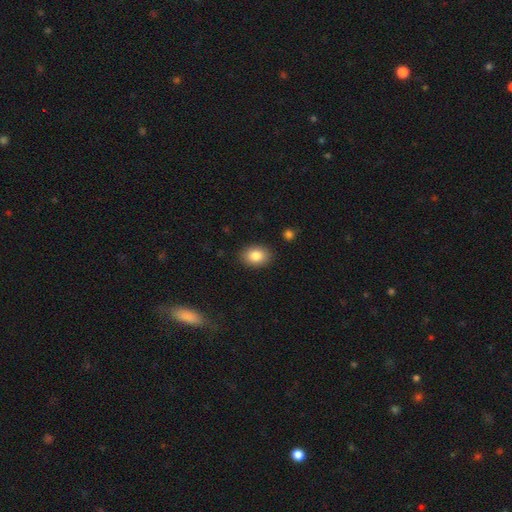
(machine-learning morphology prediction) A smooth galaxy with no disk features (85%) that is in between round and cigar-shaped (74%).

Vote fractions:
- Smooth or featured? smooth: 85% / star or artifact: 8% / featured or disk: 7%
- How rounded? in between: 74% / round: 25% / cigar-shaped: 1%
- Merging? none: 87% / minor disturbance: 9% / major disturbance: 2% / merger: 2%